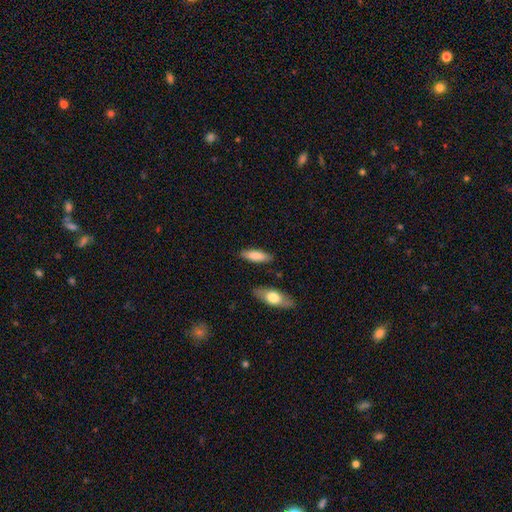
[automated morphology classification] Q: Smooth or featured?
A: smooth (81%); runner-up: featured or disk (14%)
Q: How rounded?
A: in between (58%); runner-up: cigar-shaped (40%)
Q: Merging?
A: none (84%); runner-up: minor disturbance (11%)